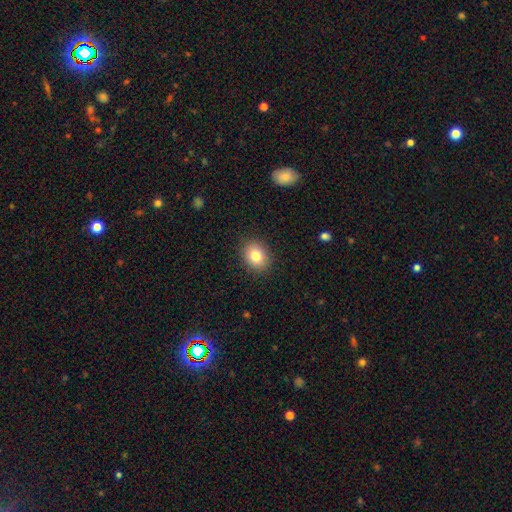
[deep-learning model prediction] A smooth galaxy with no disk features (82%) that is round (51%).

Vote fractions:
- Smooth or featured? smooth: 82% / star or artifact: 9% / featured or disk: 9%
- How rounded? round: 51% / in between: 48% / cigar-shaped: 1%
- Merging? none: 88% / minor disturbance: 8% / major disturbance: 2% / merger: 1%